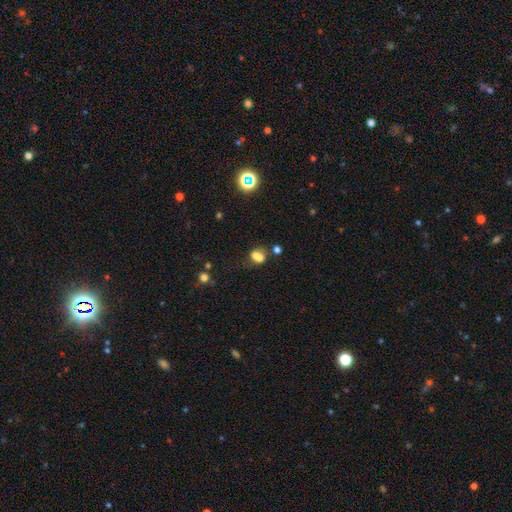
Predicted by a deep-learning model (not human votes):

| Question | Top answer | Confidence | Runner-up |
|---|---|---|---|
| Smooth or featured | smooth | 67% | star or artifact (18%) |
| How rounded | in between | 64% | round (33%) |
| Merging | none | 44% | merger (28%) |